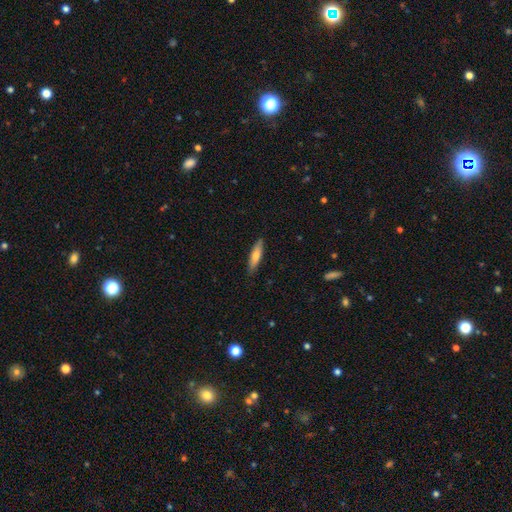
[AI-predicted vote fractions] This is likely a smooth galaxy (68%). How rounded: likely cigar-shaped (72%). Merging: clearly none (88%).